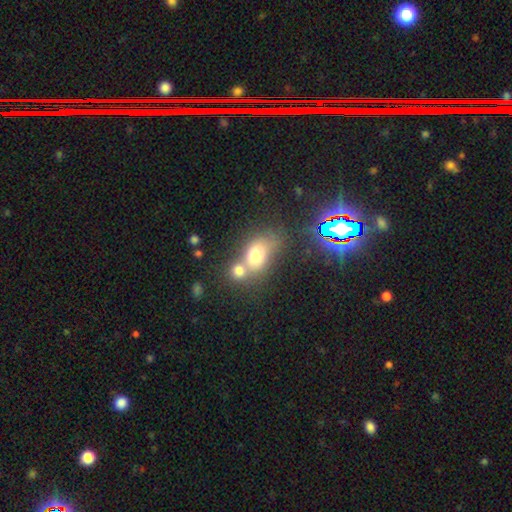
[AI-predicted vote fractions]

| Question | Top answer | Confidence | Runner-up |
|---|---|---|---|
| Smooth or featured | smooth | 69% | featured or disk (17%) |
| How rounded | in between | 64% | round (33%) |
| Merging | merger | 54% | none (31%) |